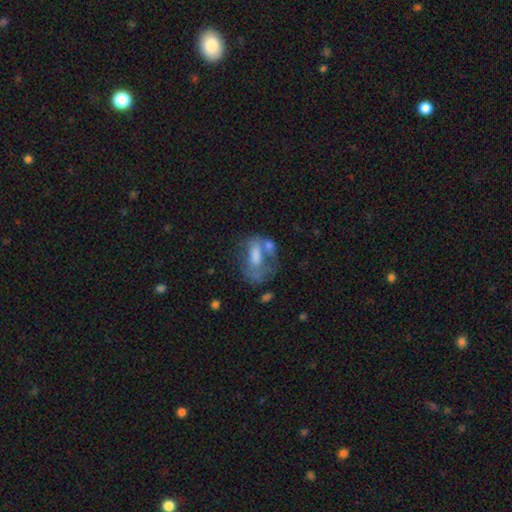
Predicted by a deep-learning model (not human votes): This is marginally a smooth galaxy (45%). Merging: marginally none (30%).